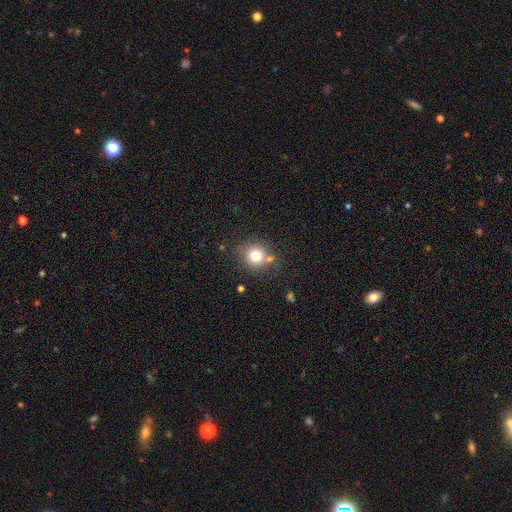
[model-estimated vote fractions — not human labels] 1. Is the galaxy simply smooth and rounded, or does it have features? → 77% smooth, 13% star or artifact, 11% featured or disk.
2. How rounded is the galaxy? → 86% round, 13% in between, 1% cigar-shaped.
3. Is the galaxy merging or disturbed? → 72% none, 13% minor disturbance, 11% merger, 4% major disturbance.